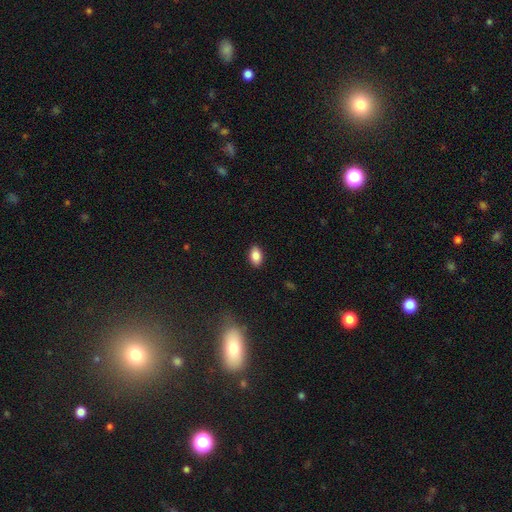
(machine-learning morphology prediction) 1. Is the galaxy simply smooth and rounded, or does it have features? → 87% smooth, 8% star or artifact, 5% featured or disk.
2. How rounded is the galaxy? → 90% in between, 9% round, 2% cigar-shaped.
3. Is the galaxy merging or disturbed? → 89% none, 8% minor disturbance, 2% major disturbance, 1% merger.